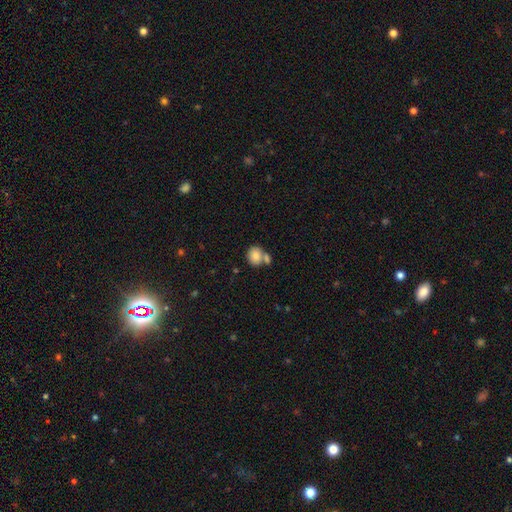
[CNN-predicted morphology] smooth-or-featured: smooth: 84% | star or artifact: 8% | featured or disk: 8%
  how-rounded: round: 64% | in between: 35% | cigar-shaped: 1%
  merging: none: 48% | merger: 37% | minor disturbance: 11% | major disturbance: 4%